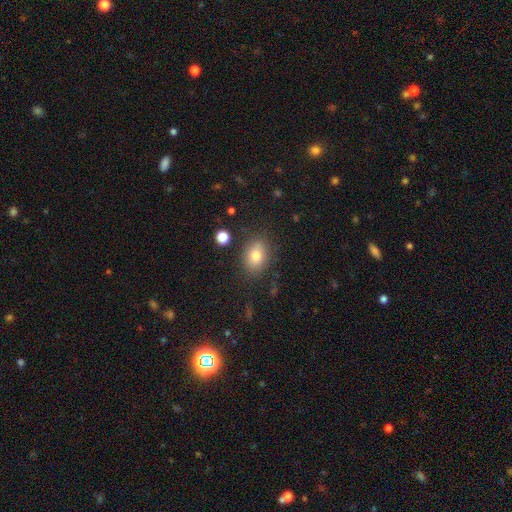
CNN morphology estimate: A smooth galaxy with no disk features (79%) that is in between round and cigar-shaped (73%).

Vote fractions:
- Smooth or featured? smooth: 79% / featured or disk: 11% / star or artifact: 10%
- How rounded? in between: 73% / round: 26% / cigar-shaped: 1%
- Merging? none: 80% / minor disturbance: 13% / major disturbance: 4% / merger: 3%